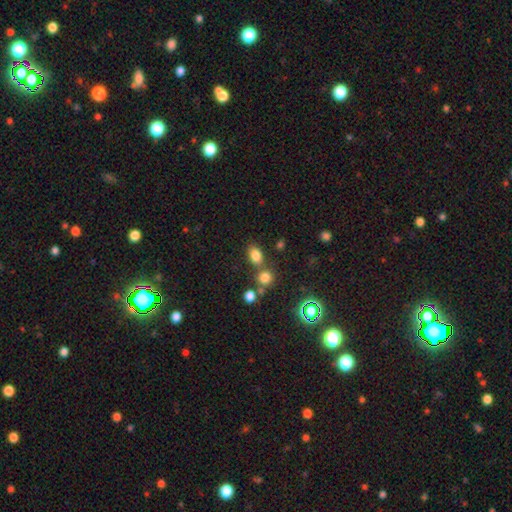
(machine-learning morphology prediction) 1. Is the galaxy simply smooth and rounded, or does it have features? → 78% smooth, 14% star or artifact, 7% featured or disk.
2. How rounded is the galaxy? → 74% in between, 25% round, 2% cigar-shaped.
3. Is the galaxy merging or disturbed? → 63% none, 22% merger, 11% minor disturbance, 4% major disturbance.